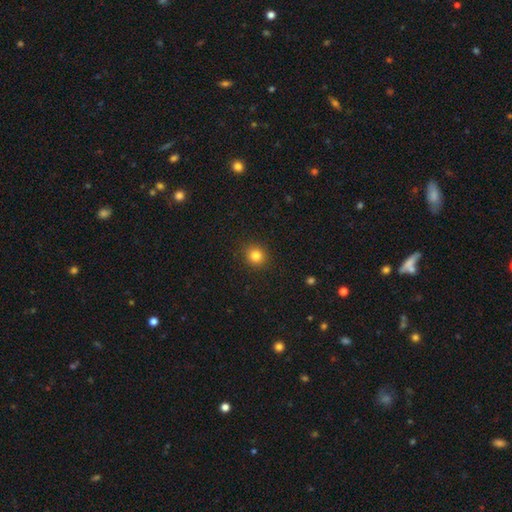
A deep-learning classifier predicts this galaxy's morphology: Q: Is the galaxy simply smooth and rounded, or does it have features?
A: smooth — 83%.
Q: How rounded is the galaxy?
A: round — 88%.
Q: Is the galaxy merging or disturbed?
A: none — 91%.